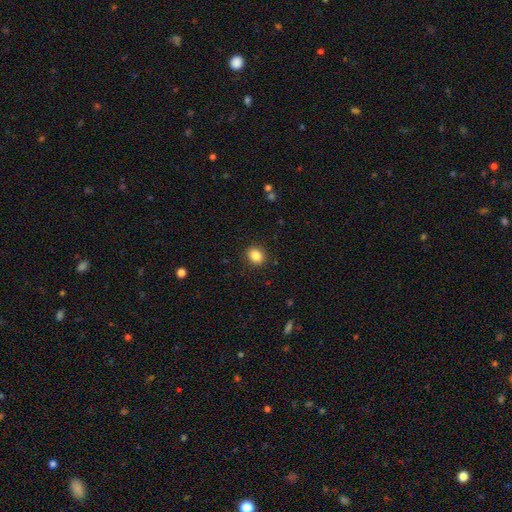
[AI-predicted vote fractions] A smooth galaxy with no disk features (86%) that is round (59%).

Vote fractions:
- Smooth or featured? smooth: 86% / star or artifact: 10% / featured or disk: 5%
- How rounded? round: 59% / in between: 40% / cigar-shaped: 1%
- Merging? none: 90% / minor disturbance: 7% / major disturbance: 2% / merger: 1%